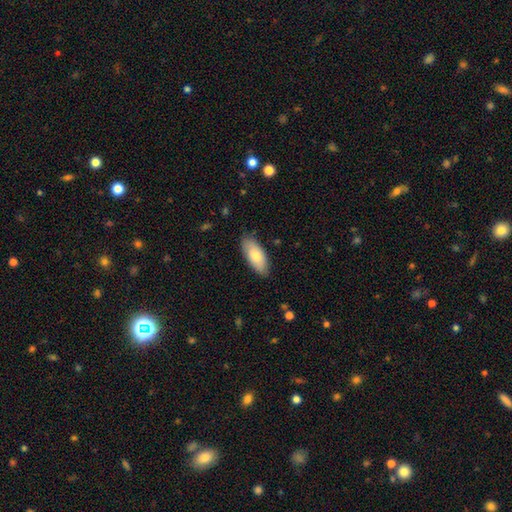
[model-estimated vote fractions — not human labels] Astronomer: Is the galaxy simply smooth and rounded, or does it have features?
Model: smooth — 77%.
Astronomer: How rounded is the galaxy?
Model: in between — 88%.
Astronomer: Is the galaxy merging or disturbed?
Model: none — 83%.